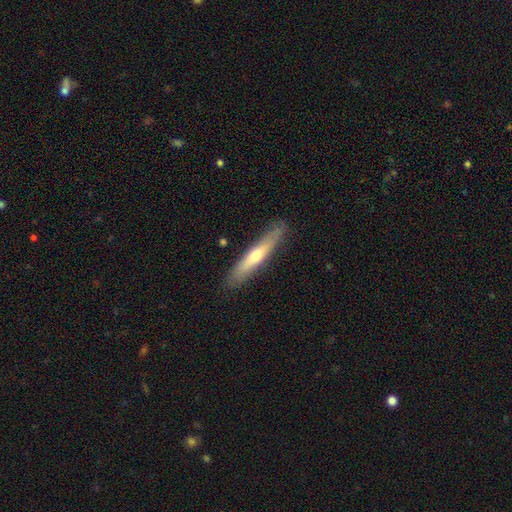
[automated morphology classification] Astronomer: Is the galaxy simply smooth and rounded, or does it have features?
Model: featured or disk — 47%, tied with smooth at 47%.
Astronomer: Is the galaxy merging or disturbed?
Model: none — 87%.